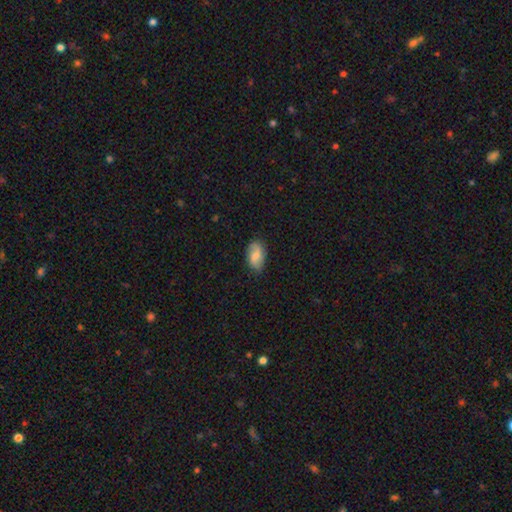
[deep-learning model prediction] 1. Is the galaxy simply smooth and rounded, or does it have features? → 47% featured or disk, 46% smooth, 7% star or artifact.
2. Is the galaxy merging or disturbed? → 80% none, 15% minor disturbance, 3% major disturbance, 1% merger.